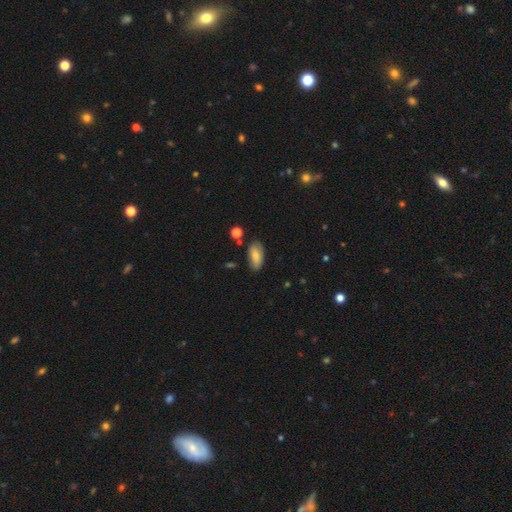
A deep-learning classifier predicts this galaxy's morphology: smooth 71%, featured or disk 22%, star or artifact 7%. Down the decision tree: how rounded — in between (90%); merging — none (79%).